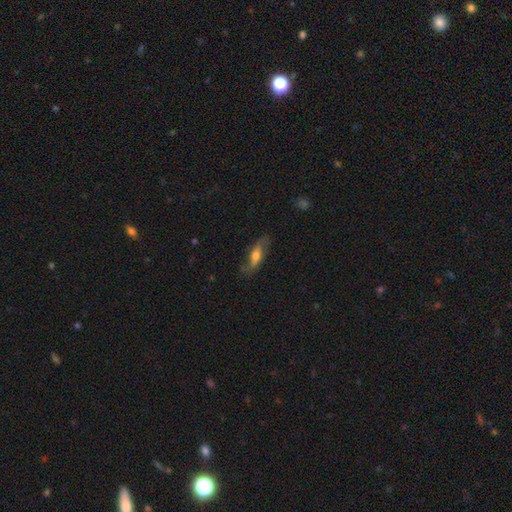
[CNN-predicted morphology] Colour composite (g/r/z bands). It shows a smooth galaxy with no disk features (47%). Merging: none (68%).